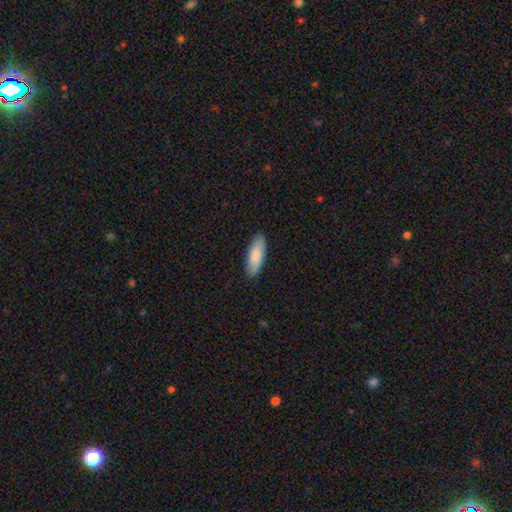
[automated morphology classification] Smooth or featured? smooth (80%)
How rounded? in between (67%)
Merging? none (88%)